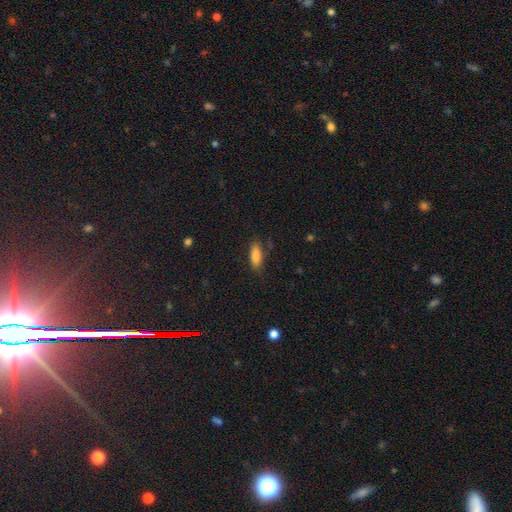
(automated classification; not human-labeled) This appears to be a smooth galaxy with no disk features (81%) that is in between round and cigar-shaped (67%). Merging: none (71%).